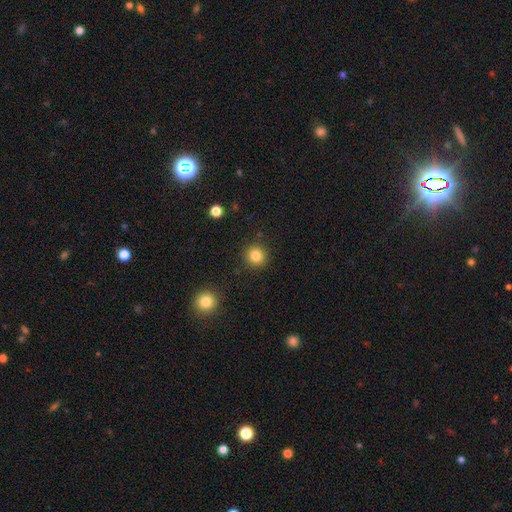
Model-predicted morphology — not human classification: Smooth or featured?
  - smooth: 84% *
  - star or artifact: 11%
  - featured or disk: 5%
How rounded?
  - round: 93% *
  - in between: 6%
  - cigar-shaped: 1%
Merging?
  - none: 90% *
  - minor disturbance: 6%
  - major disturbance: 2%
  - merger: 2%